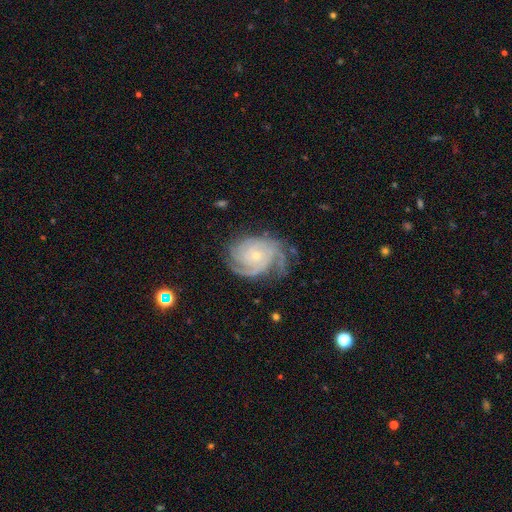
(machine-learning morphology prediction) Overall: featured or disk (90%). Edge-on disk: no (98%). Bar: no (76%). Spiral arms: yes (98%). Spiral arm count: 3 (35%; 4 26%). Spiral winding: tight (69%). Bulge size: small (76%). Merging: none (70%).